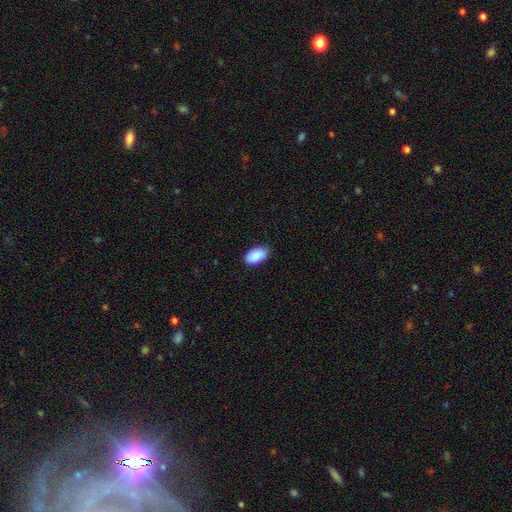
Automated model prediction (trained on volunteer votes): The model was most divided on "merging": none: 83%, minor disturbance: 14%, major disturbance: 2%, merger: 1%. More confident: how rounded — in between (94%); smooth or featured — smooth (88%).